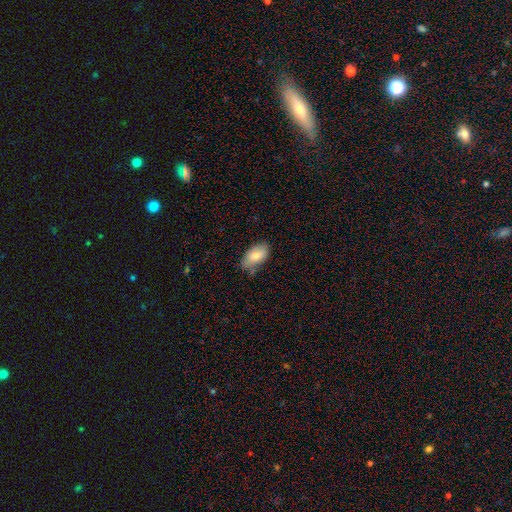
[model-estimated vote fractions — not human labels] smooth 78%, featured or disk 15%, star or artifact 7%. Down the decision tree: how rounded — in between (94%); merging — none (66%).